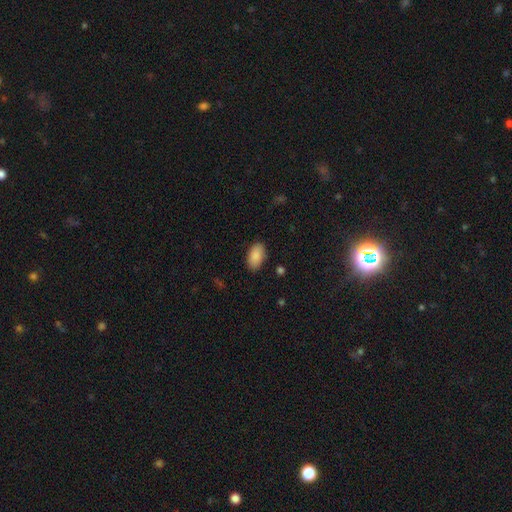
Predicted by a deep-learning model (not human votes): smooth_or_featured: smooth (p=0.89) [alt: star or artifact p=0.07]
how_rounded: in between (p=0.94) [alt: round p=0.04]
merging: none (p=0.86) [alt: minor disturbance p=0.11]